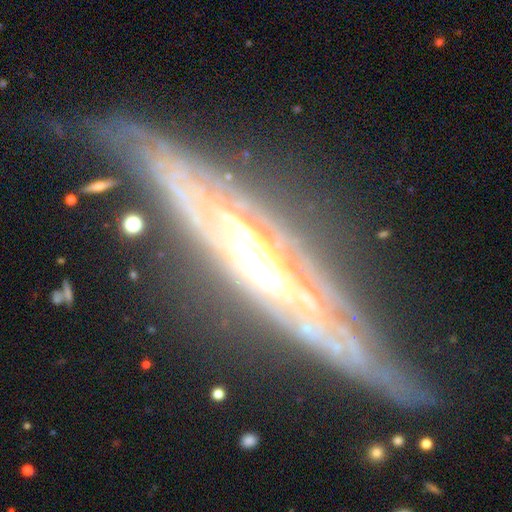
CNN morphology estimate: featured or disk 87%, smooth 7%, star or artifact 6%. Down the decision tree: edge-on disk — yes (74%); edge-on bulge — rounded (56%); merging — none (70%).